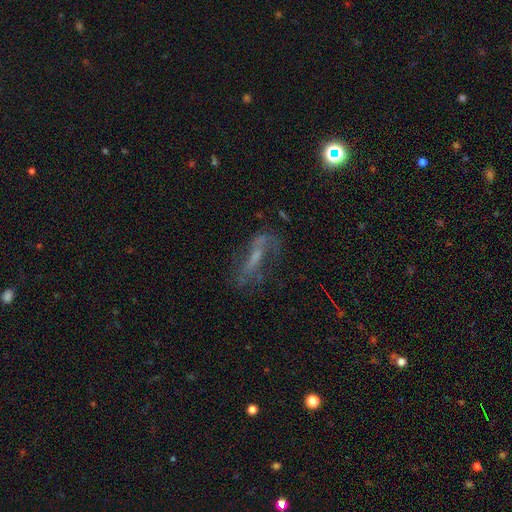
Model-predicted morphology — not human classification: Q: Smooth or featured?
A: featured or disk (60%); runner-up: smooth (22%)
Q: Edge-on disk?
A: no (79%); runner-up: yes (21%)
Q: Merging?
A: none (52%); runner-up: major disturbance (24%)